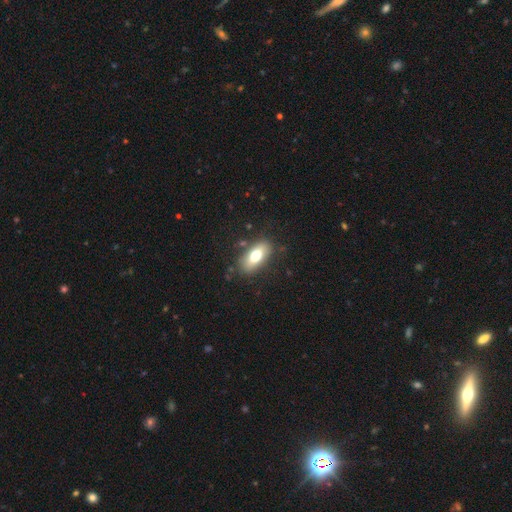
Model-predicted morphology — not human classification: smooth 71%, featured or disk 21%, star or artifact 8%. Down the decision tree: how rounded — in between (86%); merging — none (82%).